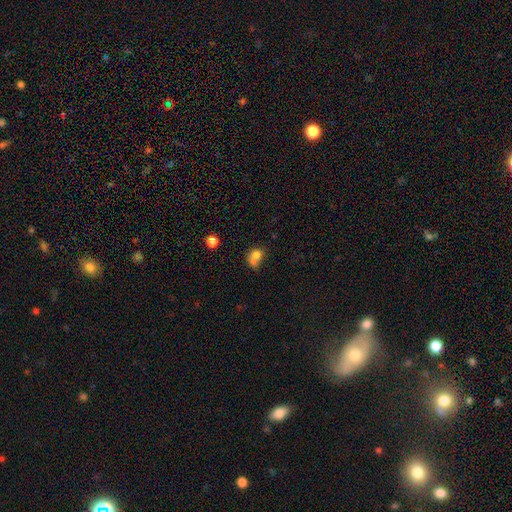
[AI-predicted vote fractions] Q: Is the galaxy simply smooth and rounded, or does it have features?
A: smooth — 72%.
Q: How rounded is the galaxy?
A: round — 59%.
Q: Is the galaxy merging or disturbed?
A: merger — 46%.